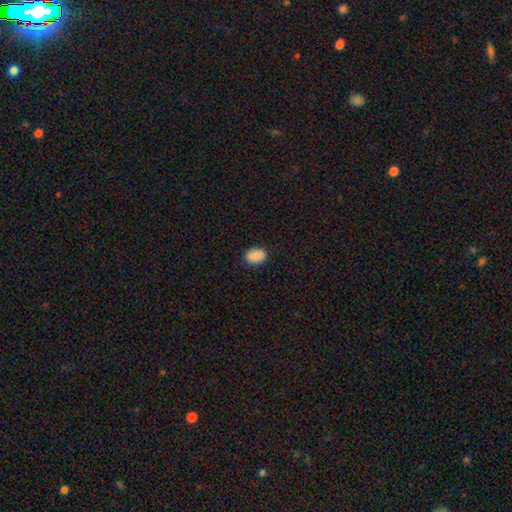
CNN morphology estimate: A smooth galaxy with no disk features (88%) that is in between round and cigar-shaped (72%). Merging: none (87%).